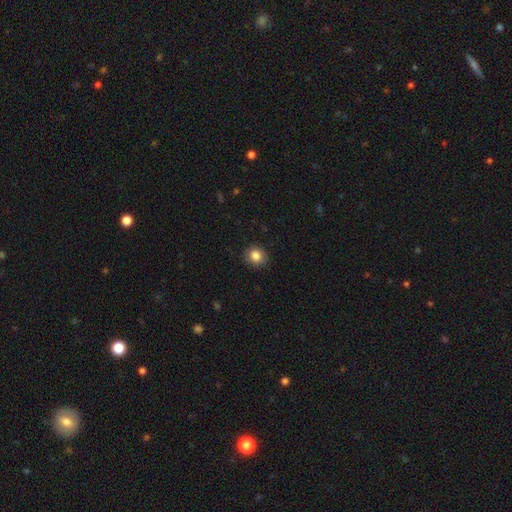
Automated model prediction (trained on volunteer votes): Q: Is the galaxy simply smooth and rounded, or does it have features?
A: smooth — 85%.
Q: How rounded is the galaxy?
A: round — 78%.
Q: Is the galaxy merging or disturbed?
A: none — 88%.